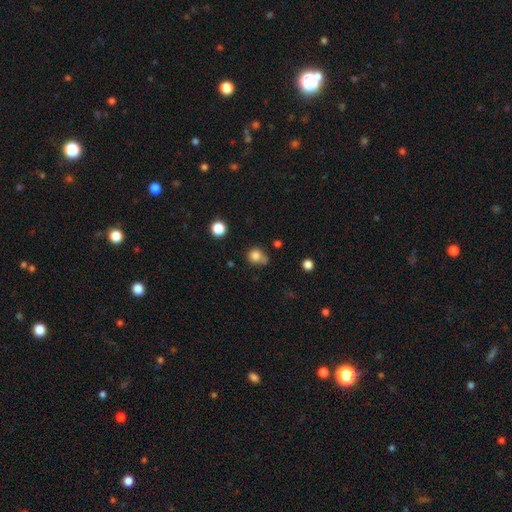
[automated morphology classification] Smooth or featured? smooth (81%)
How rounded? round (79%)
Merging? none (51%)